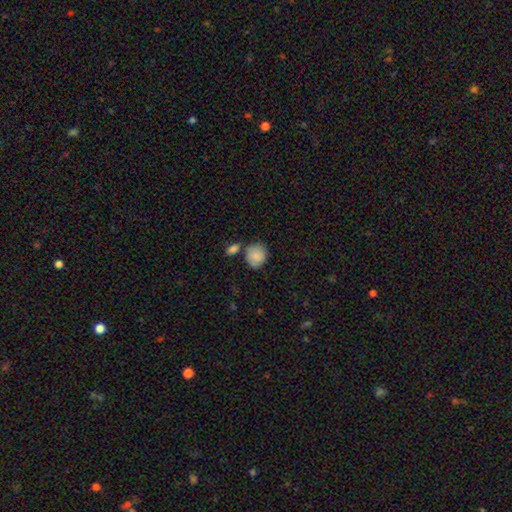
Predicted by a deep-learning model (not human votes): smooth 87%, star or artifact 7%, featured or disk 6%. Down the decision tree: how rounded — round (71%); merging — none (63%).